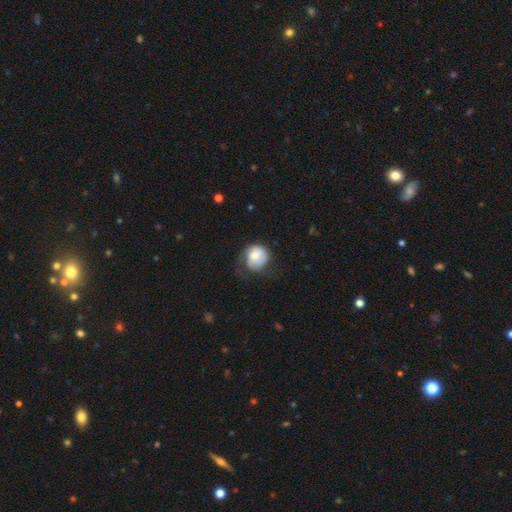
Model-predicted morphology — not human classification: This appears to be a smooth galaxy with no disk features (69%) that is round (74%). Merging: none (40%).